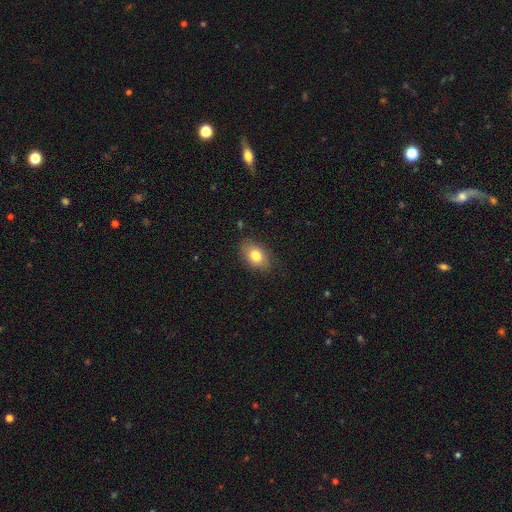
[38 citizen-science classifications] Overall: smooth (71%). How rounded: in between (85%). Merging: none (83%).